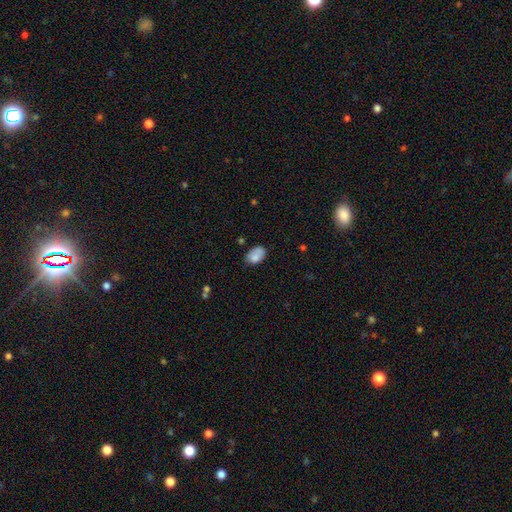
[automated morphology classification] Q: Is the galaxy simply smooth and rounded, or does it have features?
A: smooth — 81%.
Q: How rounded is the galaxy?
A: in between — 87%.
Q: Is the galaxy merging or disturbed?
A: none — 59%.